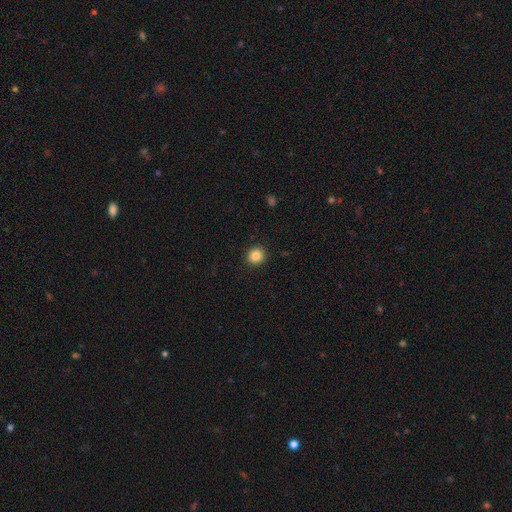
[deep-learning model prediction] Smooth or featured? smooth (85%)
How rounded? round (88%)
Merging? none (92%)